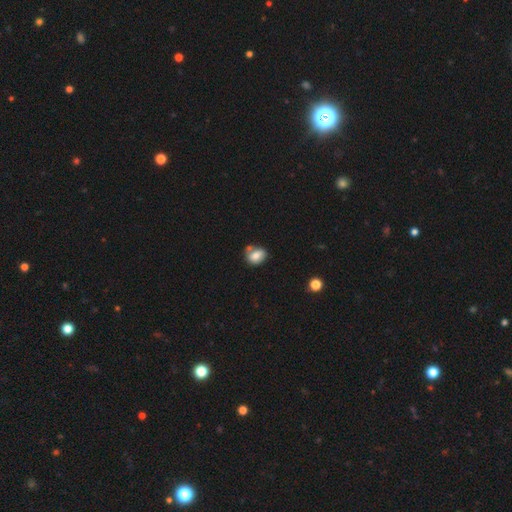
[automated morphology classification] A smooth galaxy with no disk features (75%) that is in between round and cigar-shaped (54%). Merging: none (53%).